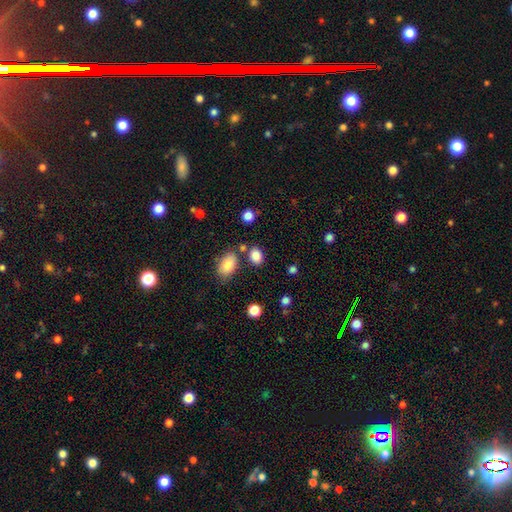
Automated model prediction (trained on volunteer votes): Smooth or featured: smooth — 85% (star or artifact — 10%)
How rounded: in between — 71% (round — 27%)
Merging: none — 72% (minor disturbance — 13%)